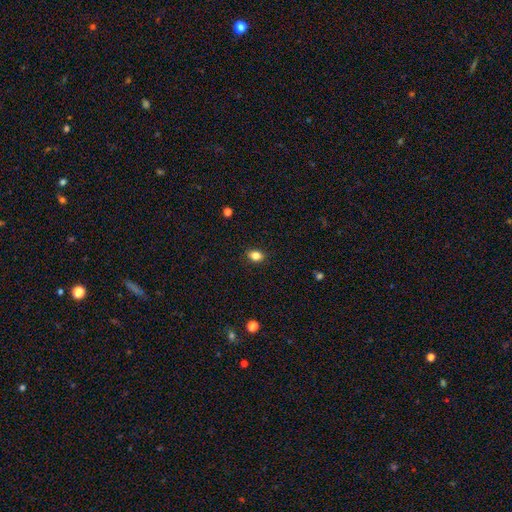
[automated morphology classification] smooth-or-featured: smooth: 83% | star or artifact: 10% | featured or disk: 6%
  how-rounded: in between: 68% | round: 30% | cigar-shaped: 1%
  merging: none: 88% | minor disturbance: 9% | major disturbance: 2% | merger: 1%